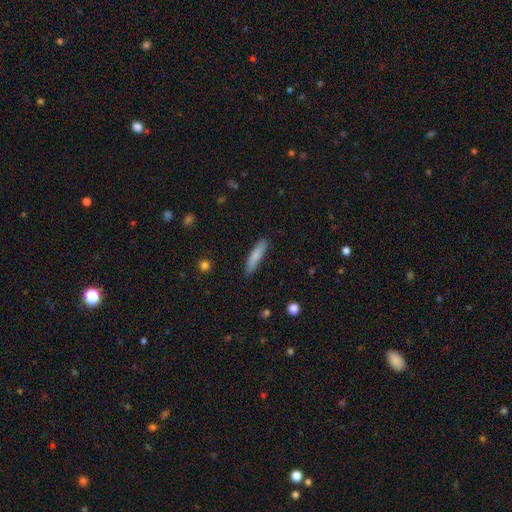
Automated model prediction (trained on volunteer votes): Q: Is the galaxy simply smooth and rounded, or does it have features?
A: smooth — 81%.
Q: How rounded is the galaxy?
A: cigar-shaped — 86%.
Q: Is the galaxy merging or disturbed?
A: none — 86%.